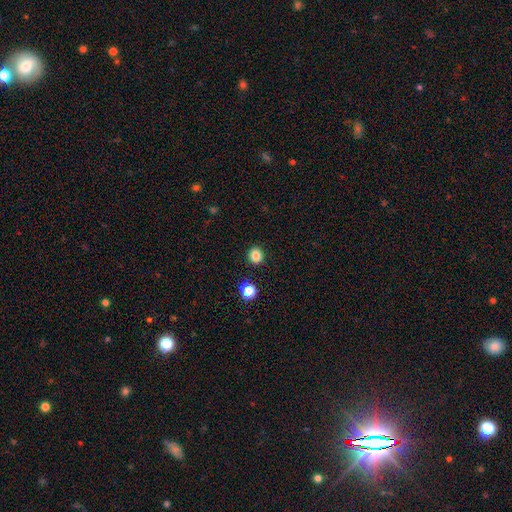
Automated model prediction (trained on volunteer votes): A smooth galaxy with no disk features (84%) that is round (80%).

Vote fractions:
- Smooth or featured? smooth: 84% / star or artifact: 12% / featured or disk: 4%
- How rounded? round: 80% / in between: 19% / cigar-shaped: 1%
- Merging? none: 90% / minor disturbance: 6% / merger: 2% / major disturbance: 2%